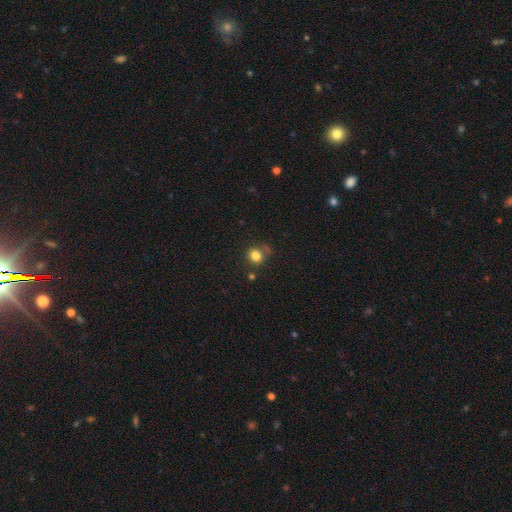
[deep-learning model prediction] Morphology: type=smooth (82%); roundness=round (82%); merging=none (67%).